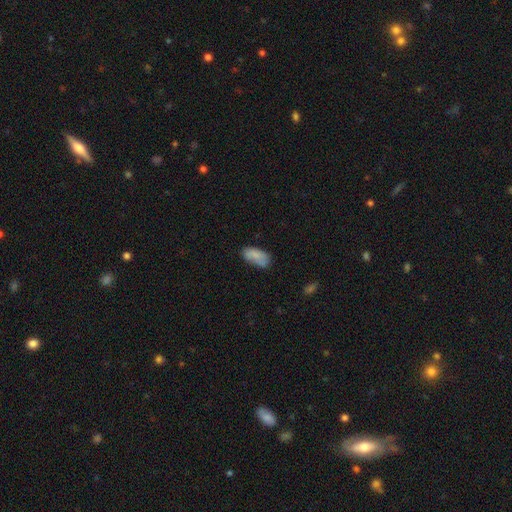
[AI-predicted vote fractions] The model was most divided on "merging": none: 58%, minor disturbance: 28%, major disturbance: 9%, merger: 5%. More confident: how rounded — in between (92%); smooth or featured — smooth (77%).